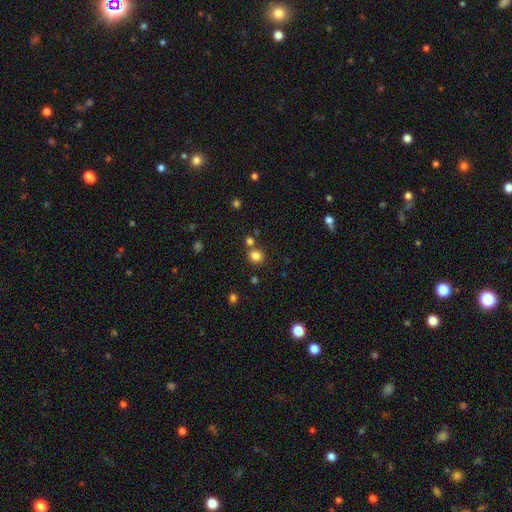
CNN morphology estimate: Smooth or featured? smooth (82%)
How rounded? round (78%)
Merging? none (72%)